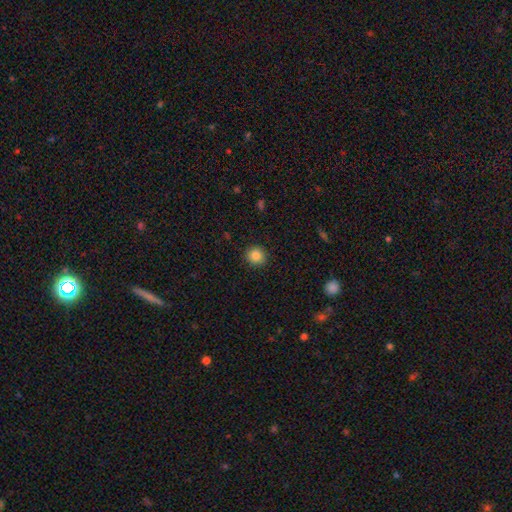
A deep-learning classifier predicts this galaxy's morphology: smooth-or-featured: smooth: 85% | star or artifact: 10% | featured or disk: 5%
  how-rounded: round: 91% | in between: 8% | cigar-shaped: 1%
  merging: none: 91% | minor disturbance: 6% | major disturbance: 2% | merger: 1%